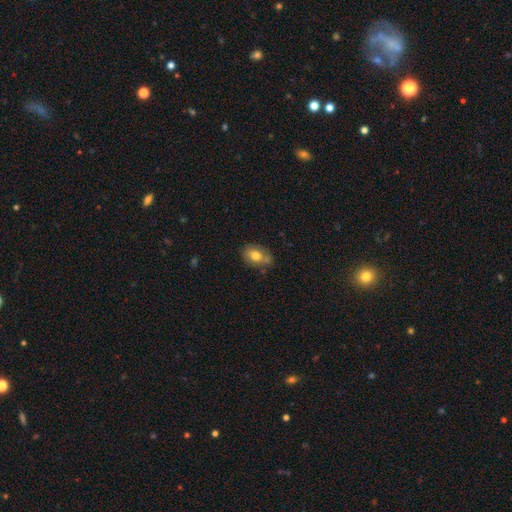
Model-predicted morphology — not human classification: smooth-or-featured: smooth: 73% | featured or disk: 18% | star or artifact: 9%
  how-rounded: in between: 71% | round: 27% | cigar-shaped: 1%
  merging: none: 66% | minor disturbance: 21% | merger: 9% | major disturbance: 4%